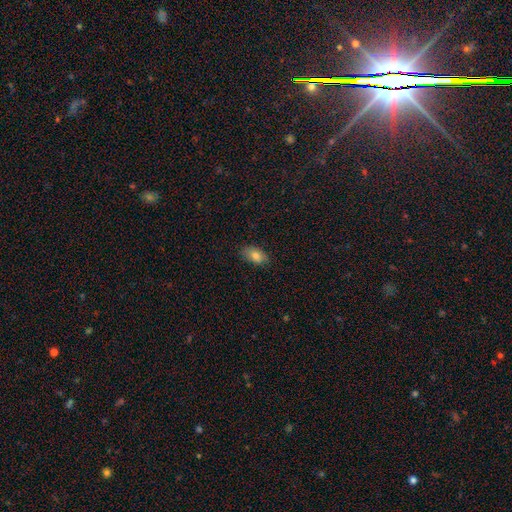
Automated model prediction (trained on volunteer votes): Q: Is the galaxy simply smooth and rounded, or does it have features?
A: smooth — 81%.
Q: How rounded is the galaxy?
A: in between — 91%.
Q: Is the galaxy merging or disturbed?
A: none — 82%.